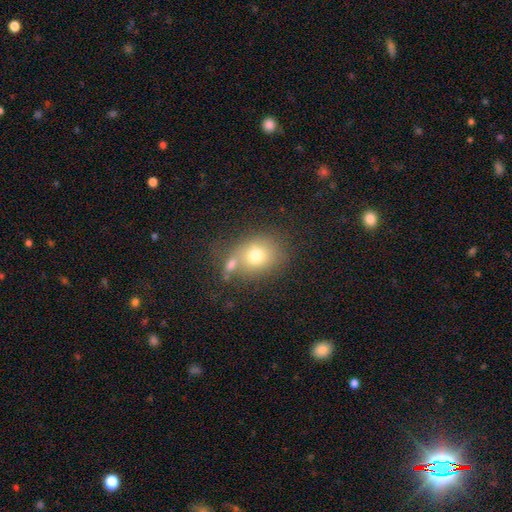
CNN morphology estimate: This is likely a smooth galaxy (72%). How rounded: possibly round (57%). Merging: possibly none (51%).